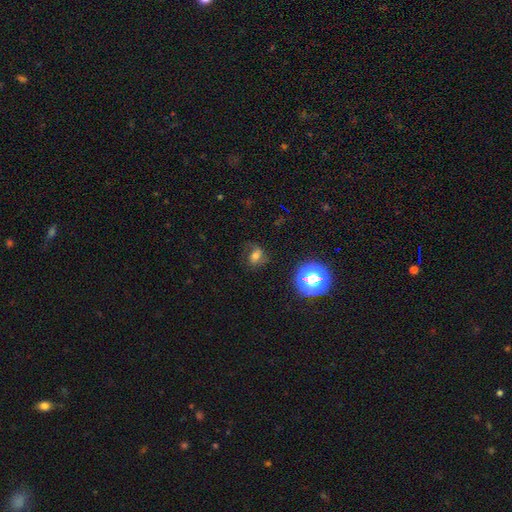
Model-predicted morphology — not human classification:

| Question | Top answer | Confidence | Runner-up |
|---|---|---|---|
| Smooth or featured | smooth | 44% | featured or disk (33%) |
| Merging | none | 63% | minor disturbance (20%) |